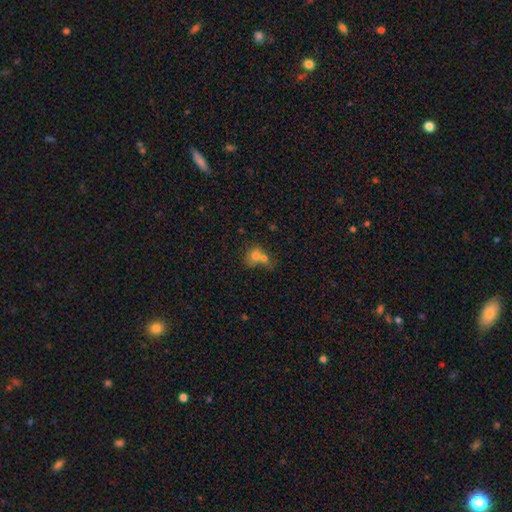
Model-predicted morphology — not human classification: A smooth galaxy with no disk features (71%) that is round (57%). Merging: merger (65%).